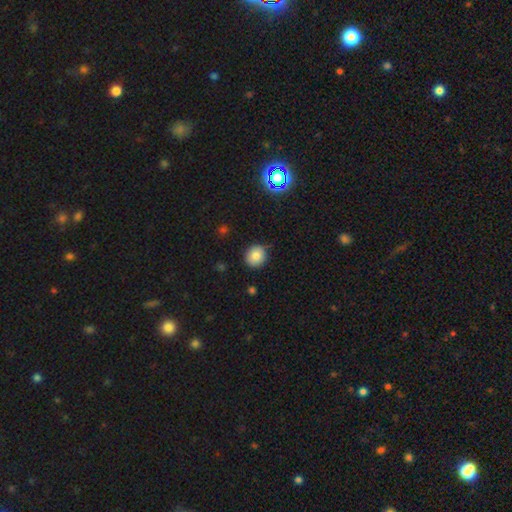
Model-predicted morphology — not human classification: The model was most divided on "merging": none: 79%, minor disturbance: 16%, major disturbance: 3%, merger: 2%. More confident: how rounded — round (87%); smooth or featured — smooth (81%).